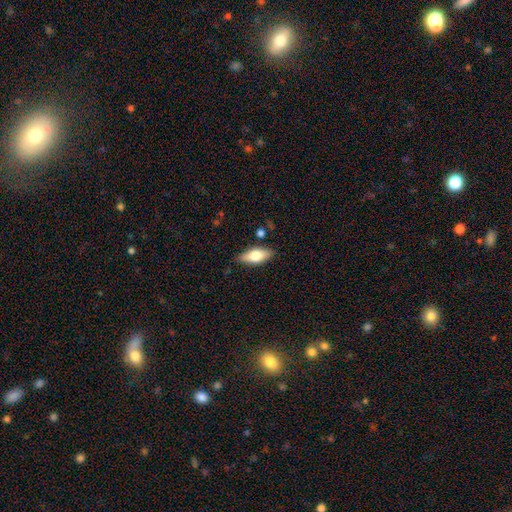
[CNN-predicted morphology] Smooth or featured: smooth — 67% (featured or disk — 26%)
How rounded: in between — 79% (cigar-shaped — 18%)
Merging: none — 82% (minor disturbance — 12%)